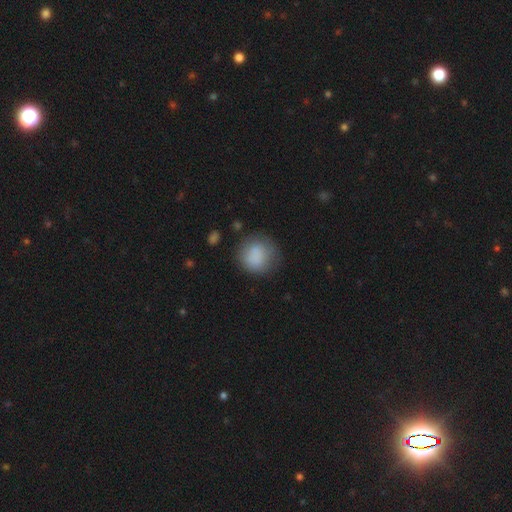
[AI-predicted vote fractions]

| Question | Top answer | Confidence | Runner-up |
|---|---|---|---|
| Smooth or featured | smooth | 83% | featured or disk (9%) |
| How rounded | round | 86% | in between (13%) |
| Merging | none | 70% | minor disturbance (19%) |